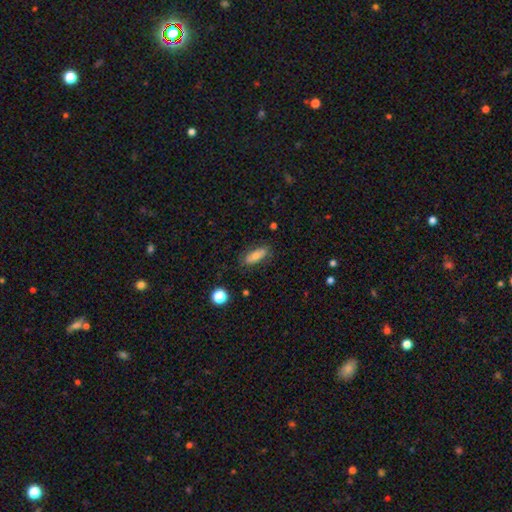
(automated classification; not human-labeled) Smooth or featured? smooth (68%)
How rounded? in between (81%)
Merging? none (74%)